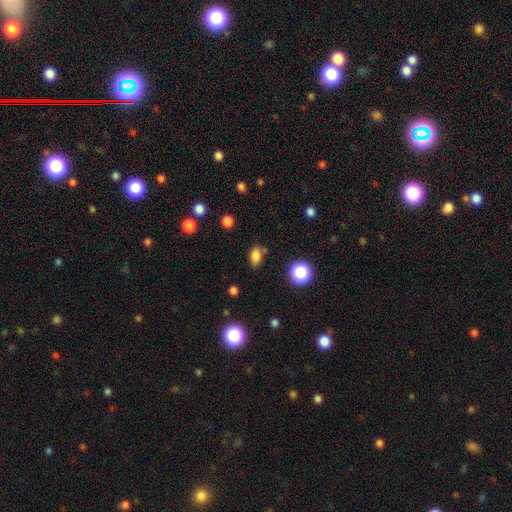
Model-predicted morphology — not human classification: A smooth galaxy with no disk features (81%) that is in between round and cigar-shaped (82%). Merging: none (74%).